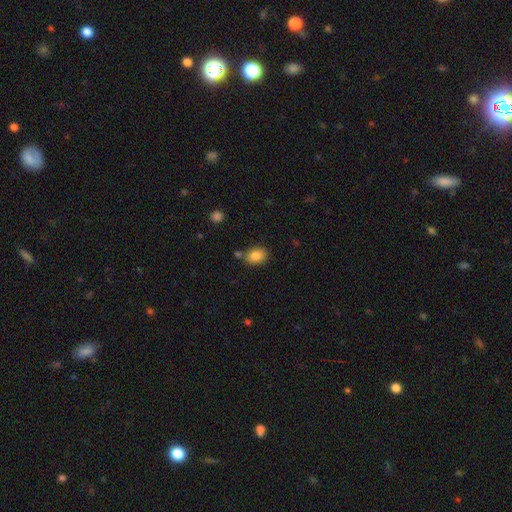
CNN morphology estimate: smooth-or-featured: smooth: 85% | star or artifact: 9% | featured or disk: 6%
  how-rounded: in between: 63% | round: 36% | cigar-shaped: 1%
  merging: none: 72% | minor disturbance: 14% | merger: 10% | major disturbance: 4%